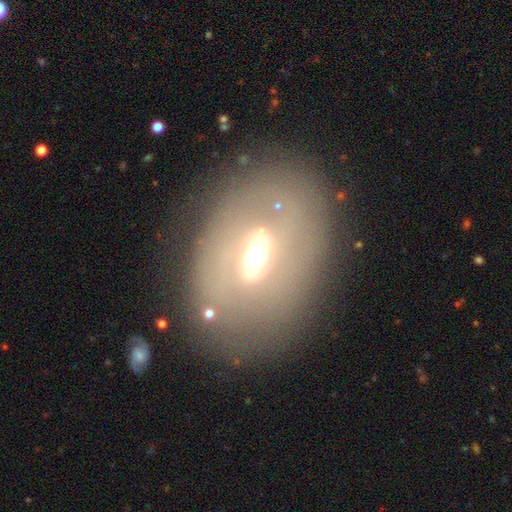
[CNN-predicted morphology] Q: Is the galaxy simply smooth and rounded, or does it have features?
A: featured or disk — 55%.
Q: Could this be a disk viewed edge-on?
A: no — 87%.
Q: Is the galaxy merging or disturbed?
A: none — 75%.